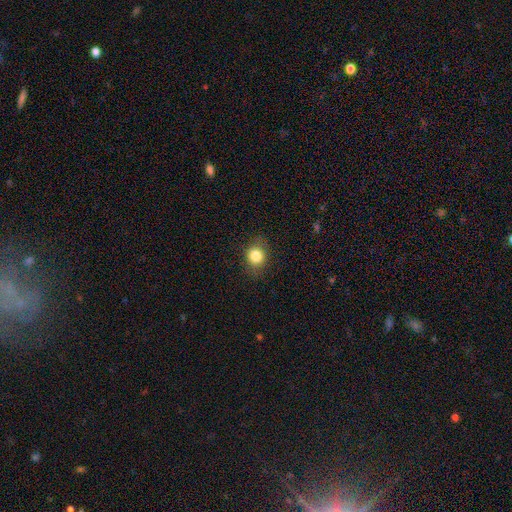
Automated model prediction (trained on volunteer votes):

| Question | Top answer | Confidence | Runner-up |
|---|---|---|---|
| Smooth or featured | smooth | 83% | star or artifact (10%) |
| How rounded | round | 67% | in between (32%) |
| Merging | none | 82% | minor disturbance (13%) |